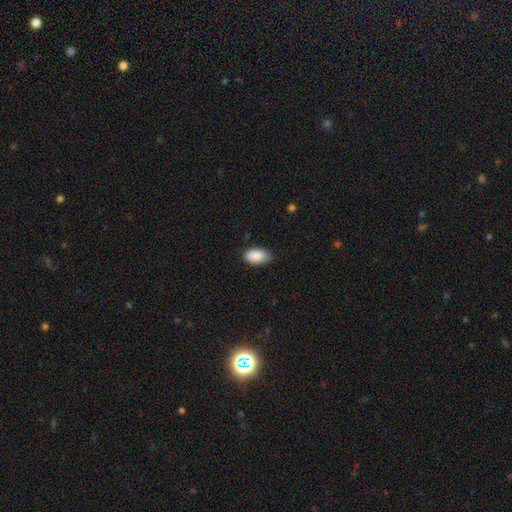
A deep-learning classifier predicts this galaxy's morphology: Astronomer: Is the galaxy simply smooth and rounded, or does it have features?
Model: smooth — 88%.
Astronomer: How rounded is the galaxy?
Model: in between — 94%.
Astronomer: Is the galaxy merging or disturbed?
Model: none — 71%.